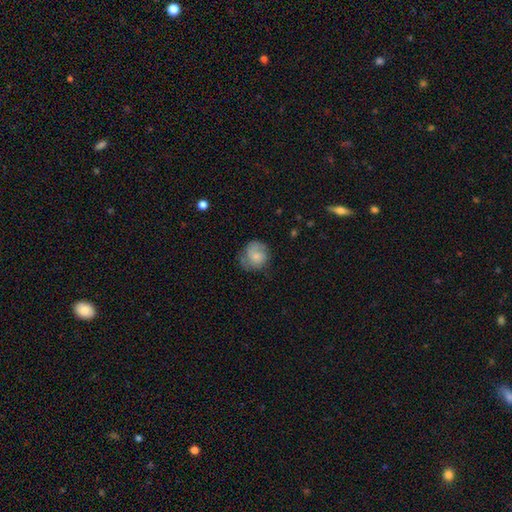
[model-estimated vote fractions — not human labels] This is likely a smooth galaxy (61%). How rounded: clearly round (82%). Merging: likely none (62%).